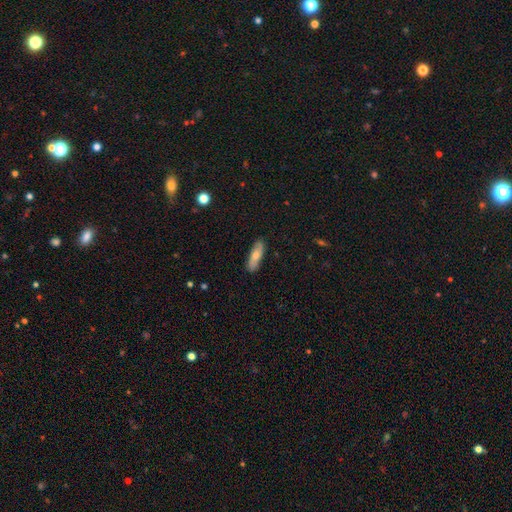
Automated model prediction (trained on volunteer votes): smooth-or-featured: smooth: 69% | featured or disk: 25% | star or artifact: 6%
  how-rounded: cigar-shaped: 52% | in between: 45% | round: 2%
  merging: none: 86% | minor disturbance: 11% | major disturbance: 2% | merger: 1%